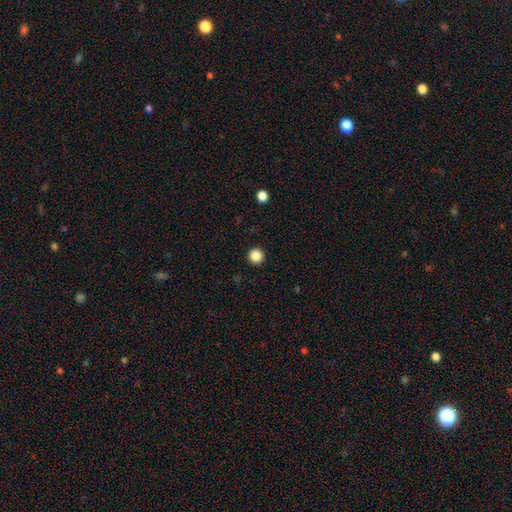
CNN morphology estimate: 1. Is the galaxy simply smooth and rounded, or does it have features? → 86% smooth, 11% star or artifact, 3% featured or disk.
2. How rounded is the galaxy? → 95% round, 4% in between, 1% cigar-shaped.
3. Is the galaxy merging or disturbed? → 93% none, 4% minor disturbance, 2% major disturbance, 1% merger.